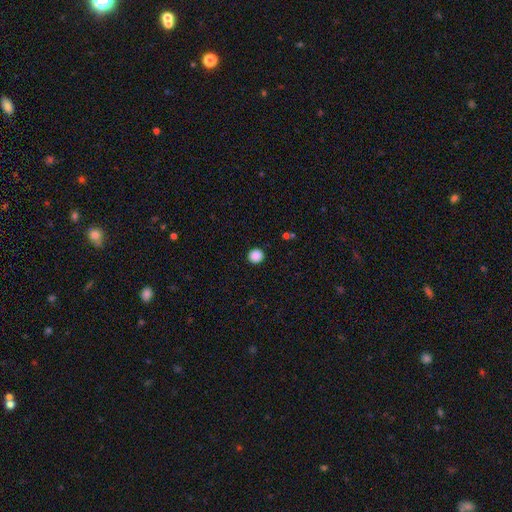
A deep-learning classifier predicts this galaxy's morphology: smooth_or_featured: smooth (p=0.89) [alt: star or artifact p=0.09]
how_rounded: round (p=0.94) [alt: in between p=0.05]
merging: none (p=0.93) [alt: minor disturbance p=0.04]